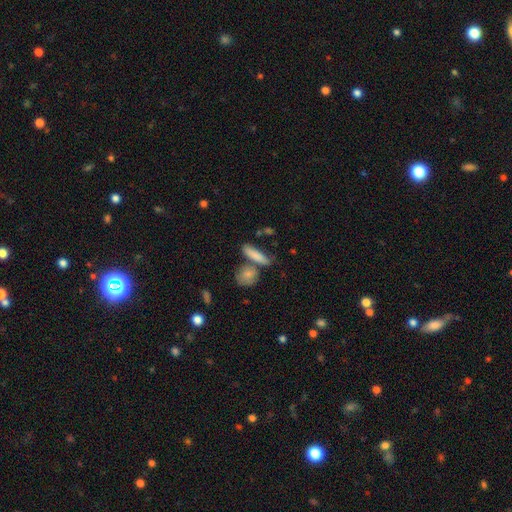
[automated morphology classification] Smooth or featured?
  - smooth: 79% *
  - featured or disk: 14%
  - star or artifact: 7%
How rounded?
  - cigar-shaped: 58% *
  - in between: 37%
  - round: 6%
Merging?
  - none: 58% *
  - merger: 25%
  - minor disturbance: 13%
  - major disturbance: 5%